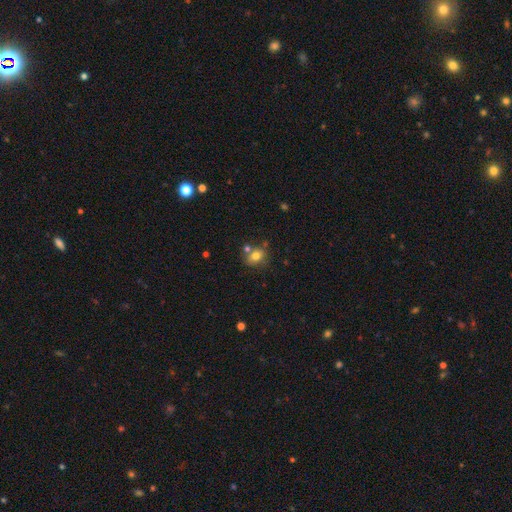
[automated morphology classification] This is likely a smooth galaxy (73%). How rounded: possibly in between (52%). Merging: possibly none (55%).